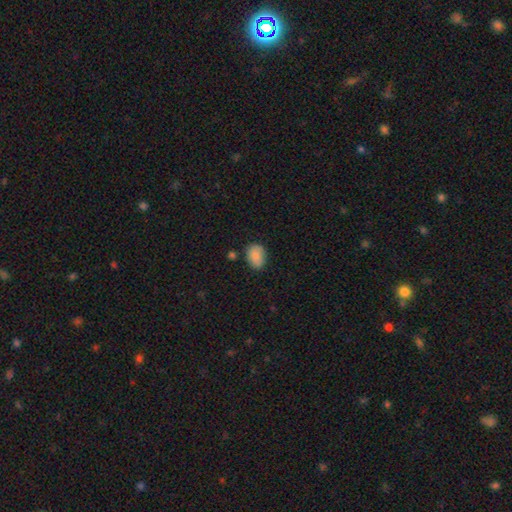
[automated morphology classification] type=smooth (86%); roundness=in between (79%); merging=none (72%).